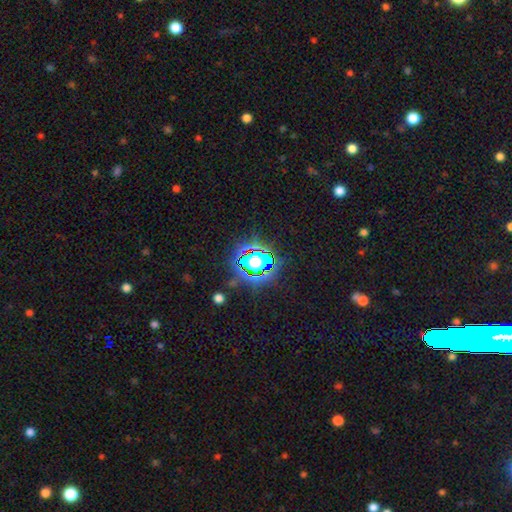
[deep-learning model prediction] Overall: star or artifact (73%).